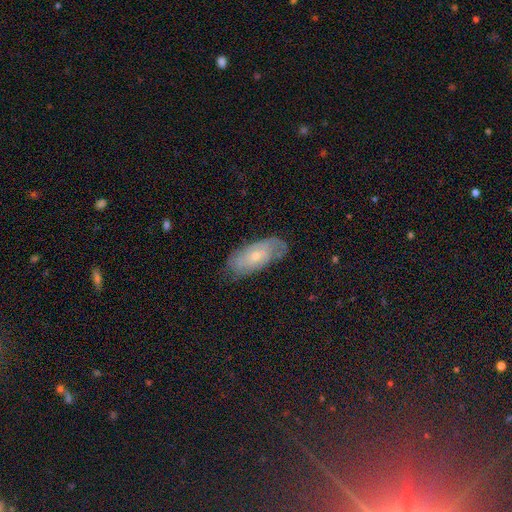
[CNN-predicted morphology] Smooth or featured? featured or disk (59%)
Edge-on disk? no (89%)
Bar? no (75%)
Spiral arms? yes (79%)
Bulge size? small (63%)
Merging? none (68%)